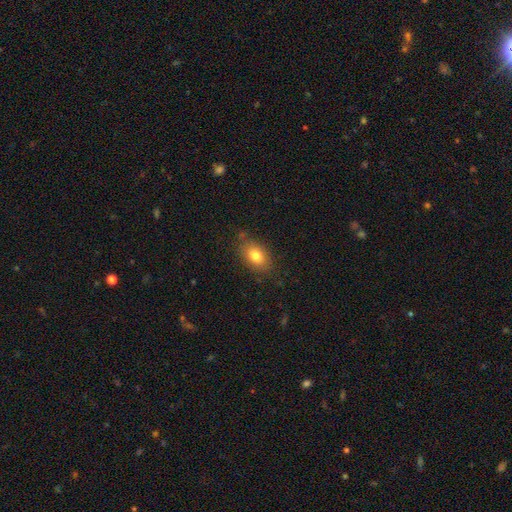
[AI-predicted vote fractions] Q: Smooth or featured?
A: smooth (79%); runner-up: featured or disk (12%)
Q: How rounded?
A: in between (83%); runner-up: round (15%)
Q: Merging?
A: none (80%); runner-up: minor disturbance (14%)